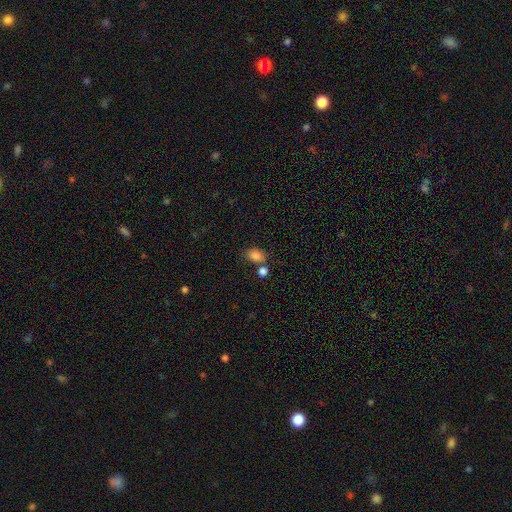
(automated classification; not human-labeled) smooth 84%, star or artifact 10%, featured or disk 6%. Down the decision tree: how rounded — in between (80%); merging — none (62%).